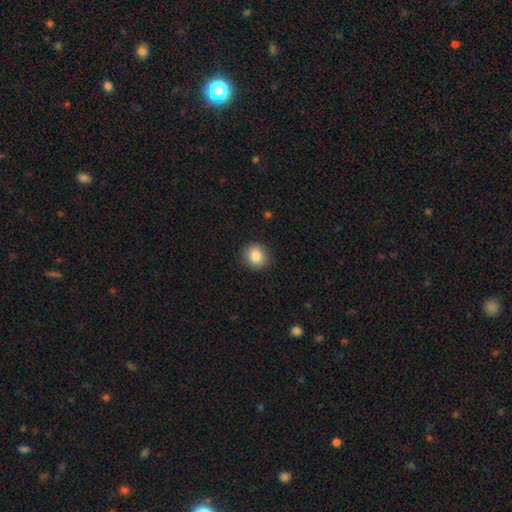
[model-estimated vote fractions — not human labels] smooth-or-featured: smooth: 86% | star or artifact: 9% | featured or disk: 5%
  how-rounded: round: 89% | in between: 10% | cigar-shaped: 1%
  merging: none: 90% | minor disturbance: 7% | major disturbance: 2% | merger: 1%